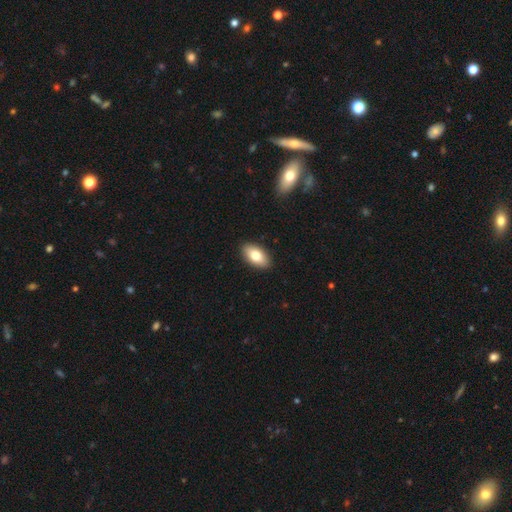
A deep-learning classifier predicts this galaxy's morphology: Smooth or featured? smooth (78%)
How rounded? in between (93%)
Merging? none (90%)